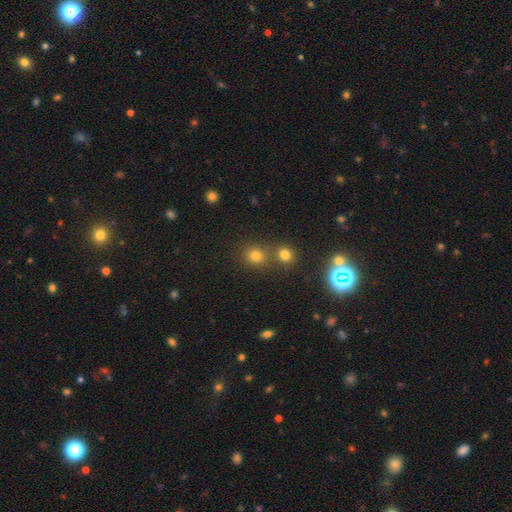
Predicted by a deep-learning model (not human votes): smooth-or-featured: smooth: 76% | star or artifact: 18% | featured or disk: 6%
  how-rounded: round: 82% | in between: 17% | cigar-shaped: 1%
  merging: none: 62% | merger: 27% | minor disturbance: 8% | major disturbance: 3%